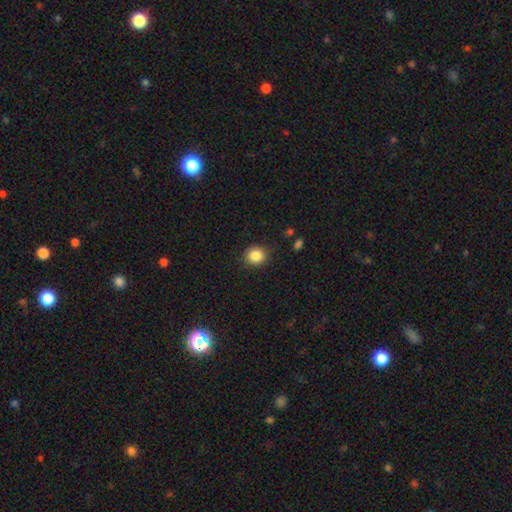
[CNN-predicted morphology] The model was most divided on "how rounded": round: 84%, in between: 15%, cigar-shaped: 1%. More confident: merging — none (88%); smooth or featured — smooth (86%).